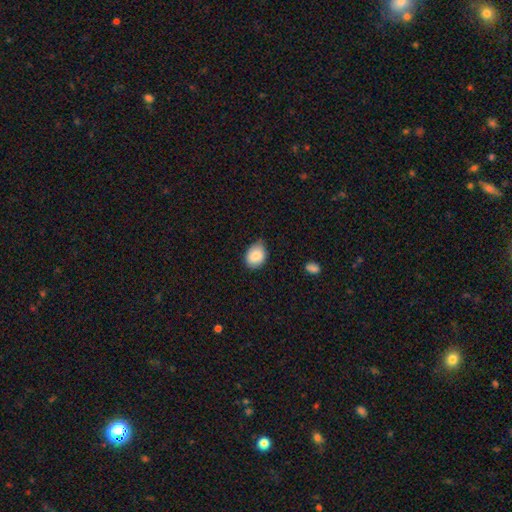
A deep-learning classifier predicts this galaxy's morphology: smooth-or-featured: smooth: 87% | star or artifact: 7% | featured or disk: 6%
  how-rounded: in between: 65% | round: 34% | cigar-shaped: 1%
  merging: none: 65% | minor disturbance: 30% | major disturbance: 4% | merger: 2%